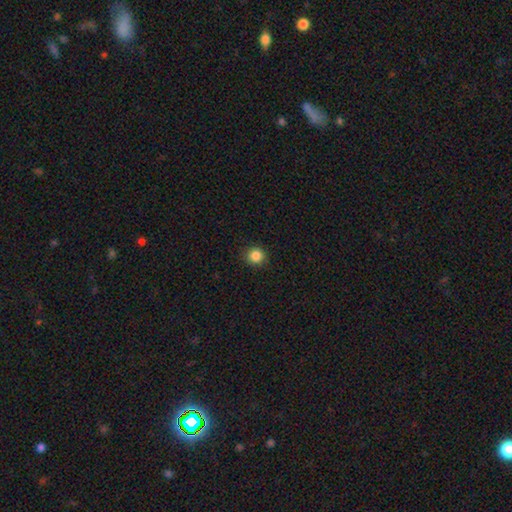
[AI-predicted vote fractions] Smooth or featured?
  - smooth: 86% *
  - star or artifact: 11%
  - featured or disk: 3%
How rounded?
  - round: 92% *
  - in between: 7%
  - cigar-shaped: 1%
Merging?
  - none: 89% *
  - minor disturbance: 8%
  - major disturbance: 2%
  - merger: 1%